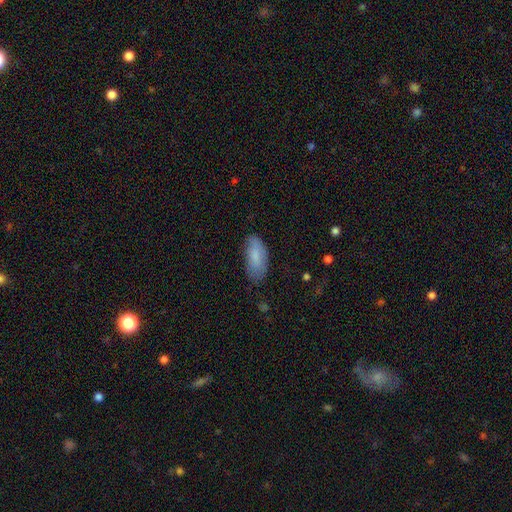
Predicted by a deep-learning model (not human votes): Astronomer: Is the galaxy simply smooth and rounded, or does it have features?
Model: smooth — 82%.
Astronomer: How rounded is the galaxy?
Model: in between — 83%.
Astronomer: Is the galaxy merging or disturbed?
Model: none — 72%.